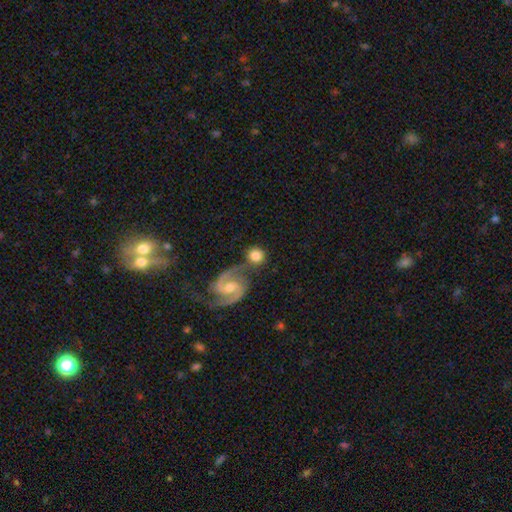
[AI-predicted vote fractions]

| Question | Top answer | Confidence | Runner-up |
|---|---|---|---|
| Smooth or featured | smooth | 63% | featured or disk (31%) |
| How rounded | round | 88% | in between (11%) |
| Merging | none | 58% | merger (27%) |